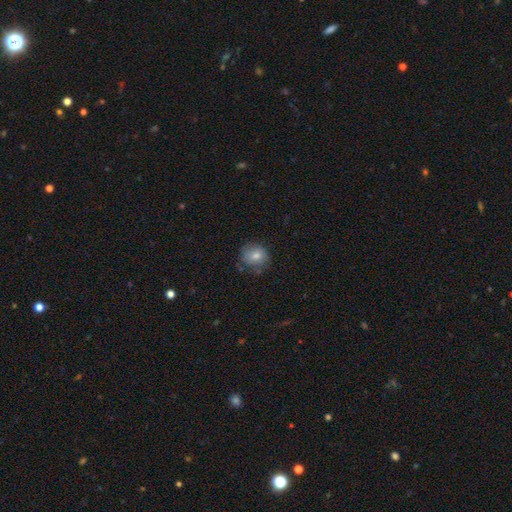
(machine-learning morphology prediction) Smooth or featured?
  - smooth: 79% *
  - featured or disk: 12%
  - star or artifact: 10%
How rounded?
  - round: 77% *
  - in between: 22%
  - cigar-shaped: 1%
Merging?
  - none: 69% *
  - minor disturbance: 22%
  - major disturbance: 6%
  - merger: 3%